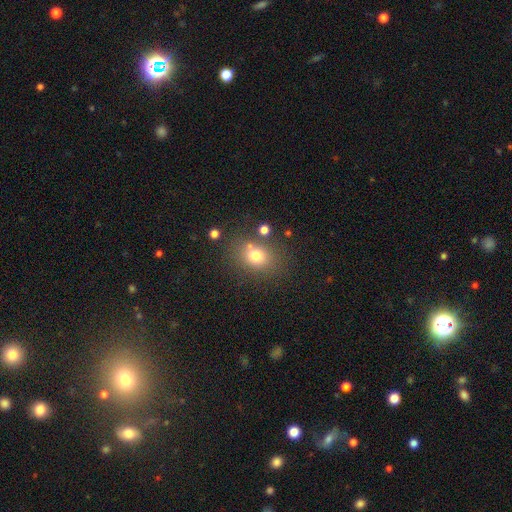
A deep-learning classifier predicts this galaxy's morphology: A smooth galaxy with no disk features (75%) that is round (54%). Merging: none (71%).